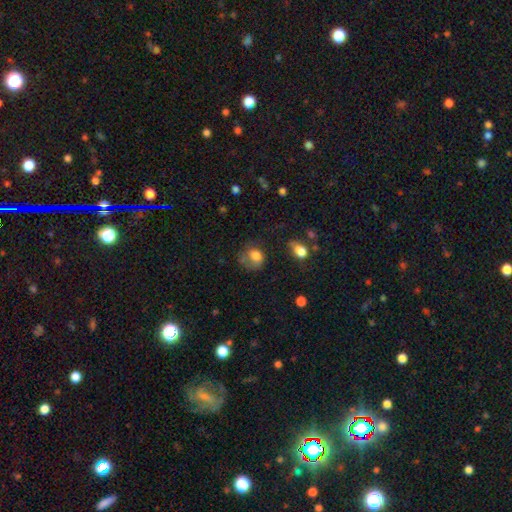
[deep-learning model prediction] Smooth or featured?
  - smooth: 73% *
  - featured or disk: 17%
  - star or artifact: 10%
How rounded?
  - round: 60% *
  - in between: 39%
  - cigar-shaped: 1%
Merging?
  - none: 36% *
  - major disturbance: 31%
  - minor disturbance: 26%
  - merger: 7%